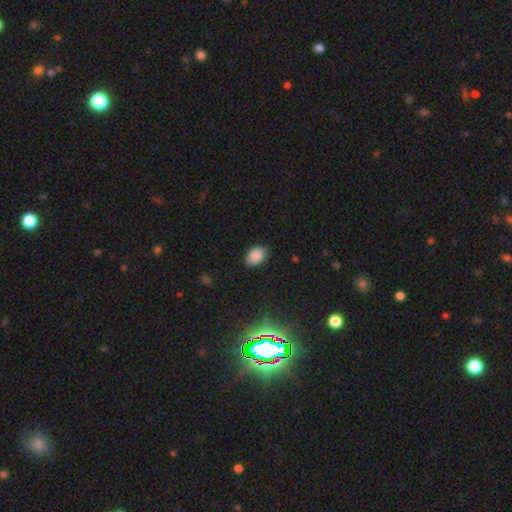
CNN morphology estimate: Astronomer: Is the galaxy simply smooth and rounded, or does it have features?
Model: smooth — 88%.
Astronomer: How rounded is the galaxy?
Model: in between — 80%.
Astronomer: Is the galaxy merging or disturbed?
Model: none — 87%.